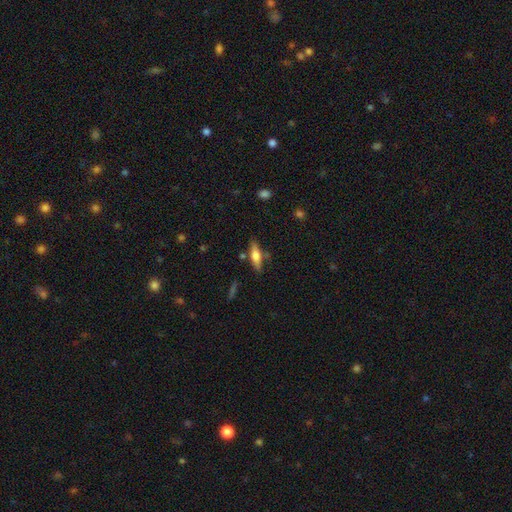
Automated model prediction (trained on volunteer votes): Smooth or featured? smooth (56%)
How rounded? cigar-shaped (56%)
Merging? none (77%)